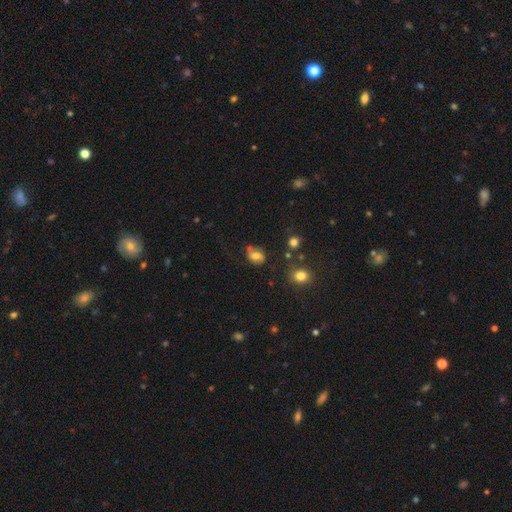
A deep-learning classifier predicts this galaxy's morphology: Q: Smooth or featured?
A: smooth (50%); runner-up: featured or disk (38%)
Q: How rounded?
A: in between (63%); runner-up: round (35%)
Q: Merging?
A: none (60%); runner-up: minor disturbance (24%)